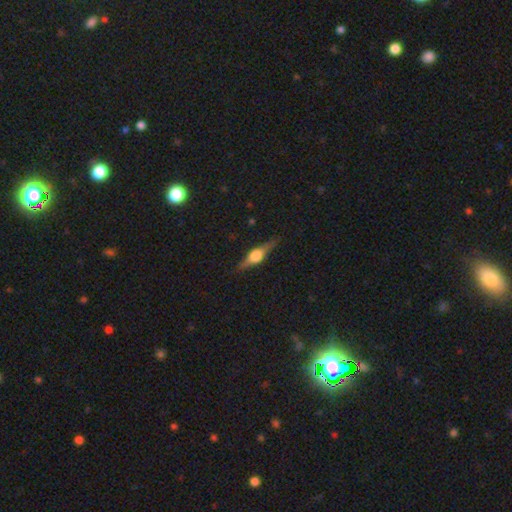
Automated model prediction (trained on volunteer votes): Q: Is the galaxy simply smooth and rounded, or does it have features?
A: featured or disk — 76%.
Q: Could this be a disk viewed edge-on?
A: yes — 97%.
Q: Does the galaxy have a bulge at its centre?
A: rounded — 93%.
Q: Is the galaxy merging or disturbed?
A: none — 88%.